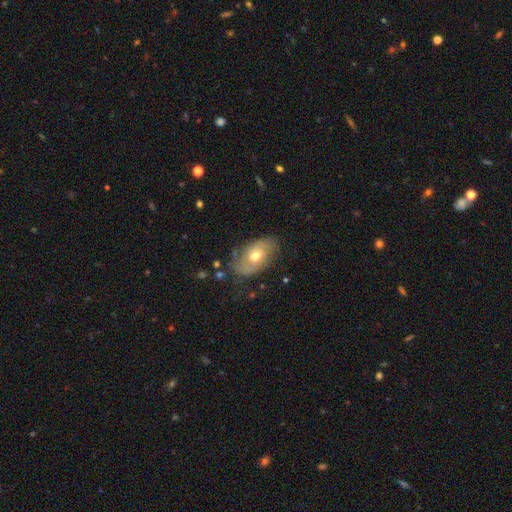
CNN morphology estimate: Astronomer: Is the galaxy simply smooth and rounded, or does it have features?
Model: featured or disk — 52% (runner-up: smooth, 39%).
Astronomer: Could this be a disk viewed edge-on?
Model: no — 90%.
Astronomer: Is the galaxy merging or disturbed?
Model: none — 68%.